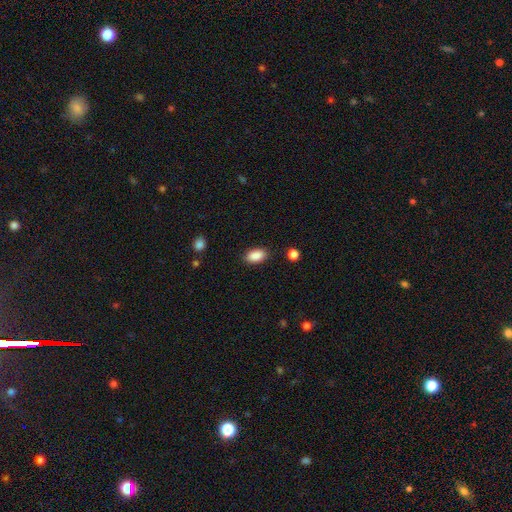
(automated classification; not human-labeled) smooth-or-featured: smooth: 89% | star or artifact: 7% | featured or disk: 3%
  how-rounded: in between: 92% | round: 5% | cigar-shaped: 2%
  merging: none: 87% | minor disturbance: 9% | major disturbance: 2% | merger: 1%